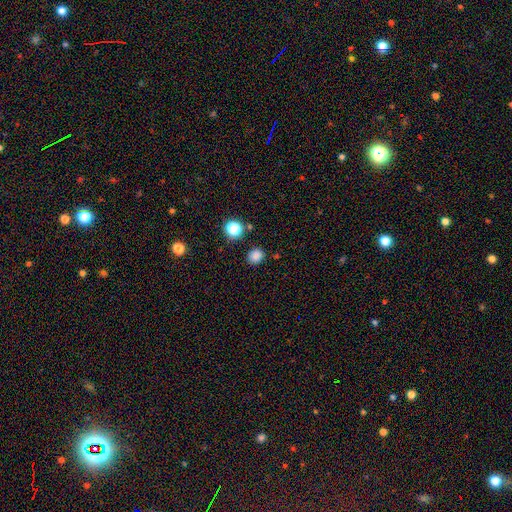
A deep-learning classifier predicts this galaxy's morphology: Smooth or featured? smooth (82%)
How rounded? round (73%)
Merging? none (85%)